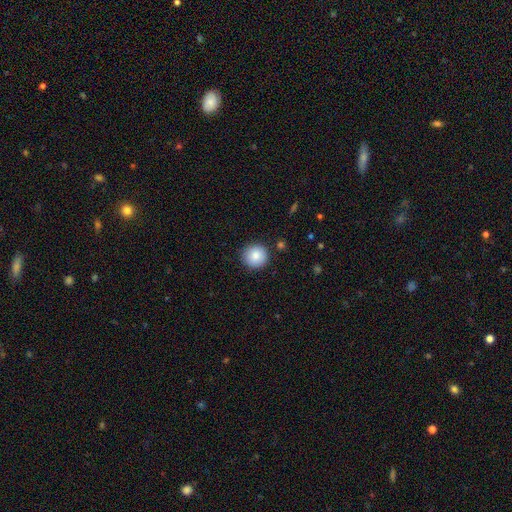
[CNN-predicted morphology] A smooth galaxy with no disk features (85%) that is round (94%). Merging: none (89%).